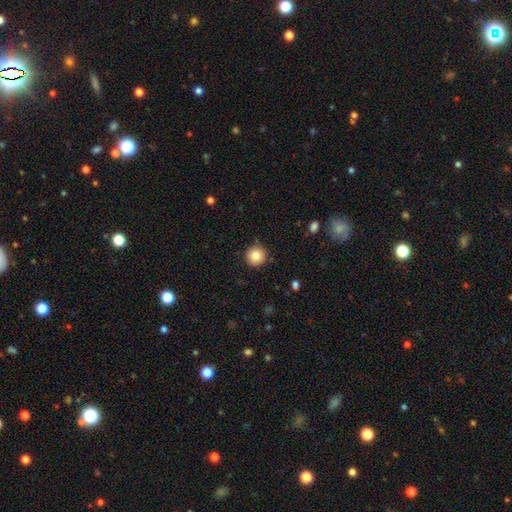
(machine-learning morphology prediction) type=smooth (83%); roundness=round (95%); merging=none (89%).